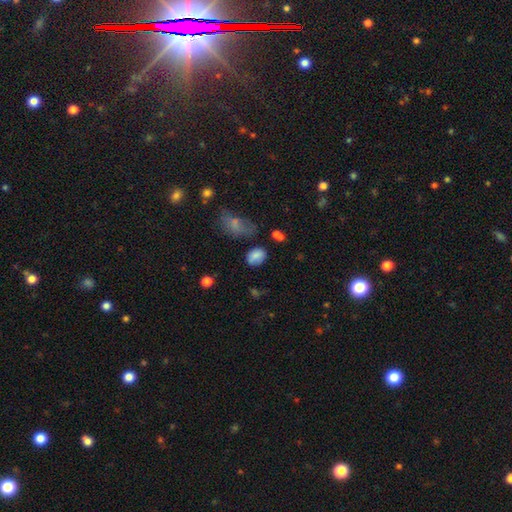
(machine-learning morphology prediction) A smooth galaxy with no disk features (81%) that is in between round and cigar-shaped (73%). Merging: none (67%).